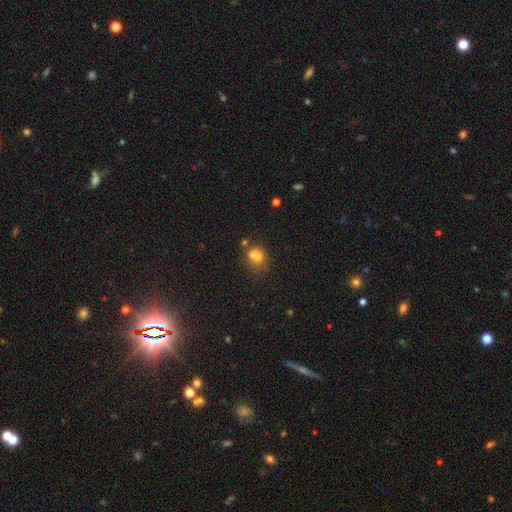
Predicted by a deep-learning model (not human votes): This is likely a smooth galaxy (66%). How rounded: likely round (63%). Merging: possibly merger (49%).